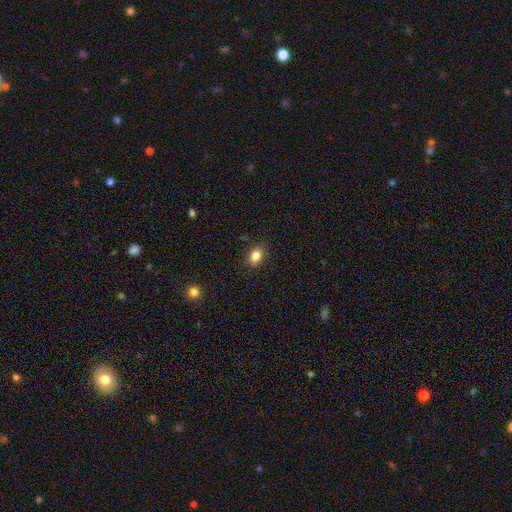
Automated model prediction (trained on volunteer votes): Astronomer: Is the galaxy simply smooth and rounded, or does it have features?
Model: smooth — 84%.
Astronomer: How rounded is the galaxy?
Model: in between — 67%.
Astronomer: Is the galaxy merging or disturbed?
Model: none — 87%.